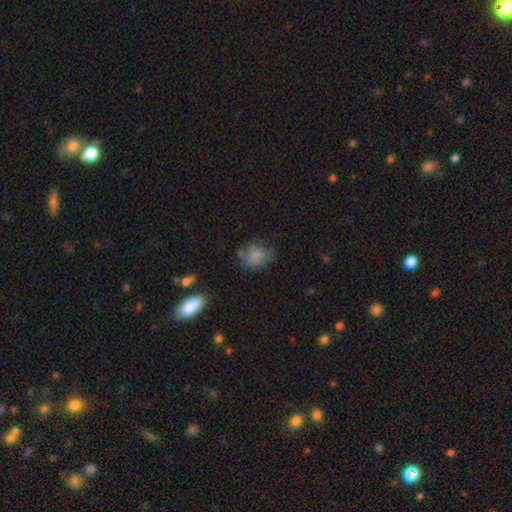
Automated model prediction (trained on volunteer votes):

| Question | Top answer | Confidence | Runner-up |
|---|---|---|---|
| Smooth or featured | smooth | 75% | featured or disk (14%) |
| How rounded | round | 52% | in between (47%) |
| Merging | none | 55% | minor disturbance (27%) |